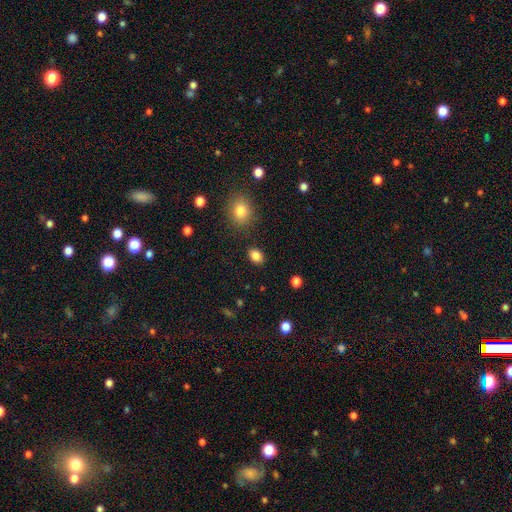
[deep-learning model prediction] A smooth galaxy with no disk features (85%) that is in between round and cigar-shaped (71%).

Vote fractions:
- Smooth or featured? smooth: 85% / star or artifact: 10% / featured or disk: 5%
- How rounded? in between: 71% / round: 28% / cigar-shaped: 1%
- Merging? none: 86% / minor disturbance: 9% / major disturbance: 3% / merger: 2%